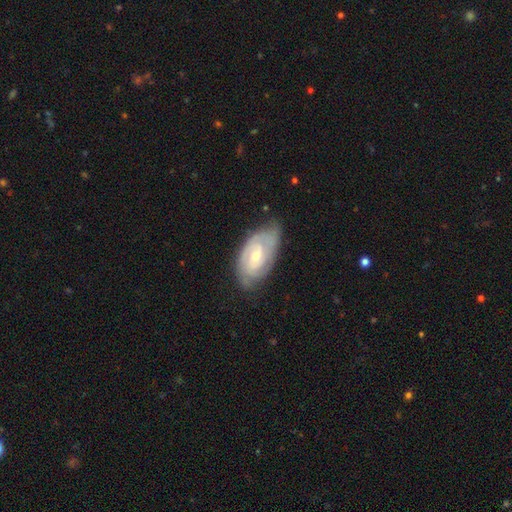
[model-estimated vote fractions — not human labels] Smooth or featured? featured or disk (80%)
Edge-on disk? no (95%)
Bar? no (49%)
Spiral arms? yes (94%)
Spiral winding? tight (68%)
Spiral arm count? 2 (48%)
Bulge size? small (52%)
Merging? none (67%)